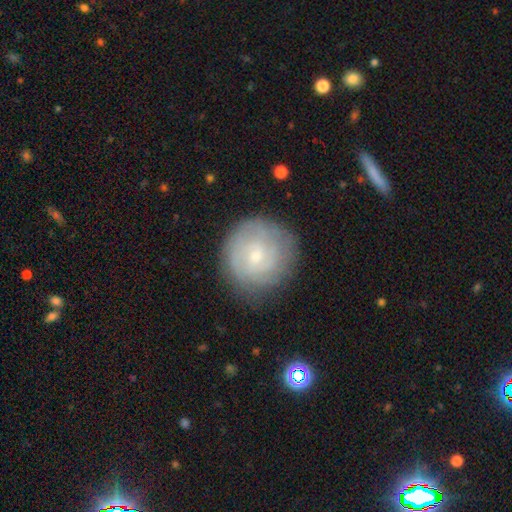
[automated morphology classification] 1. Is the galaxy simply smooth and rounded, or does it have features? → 59% featured or disk, 34% smooth, 7% star or artifact.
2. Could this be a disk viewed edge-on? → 98% no, 2% yes.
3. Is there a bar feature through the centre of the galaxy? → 68% no, 28% weak, 4% strong.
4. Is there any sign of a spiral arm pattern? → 84% yes, 16% no.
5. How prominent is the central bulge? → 67% small, 29% moderate, 2% none, 2% large, 1% dominant.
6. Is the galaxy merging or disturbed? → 80% none, 14% minor disturbance, 5% major disturbance, 1% merger.